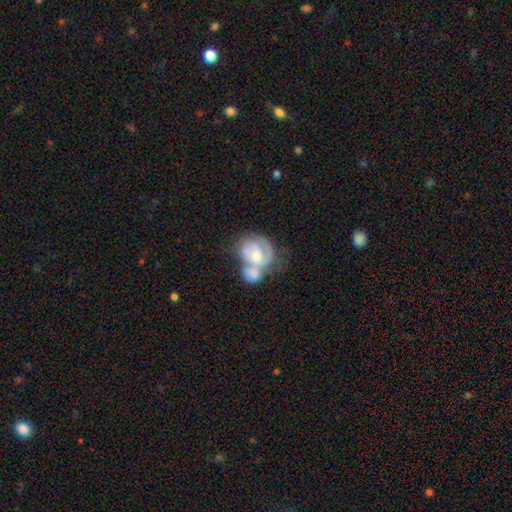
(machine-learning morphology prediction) smooth_or_featured: featured or disk (p=0.66) [alt: smooth p=0.28]
disk_edge_on: no (p=0.98) [alt: yes p=0.02]
bar: no (p=0.63) [alt: weak p=0.30]
has_spiral_arms: yes (p=0.73) [alt: no p=0.27]
bulge_size: moderate (p=0.60) [alt: small p=0.28]
merging: merger (p=0.64) [alt: none p=0.16]